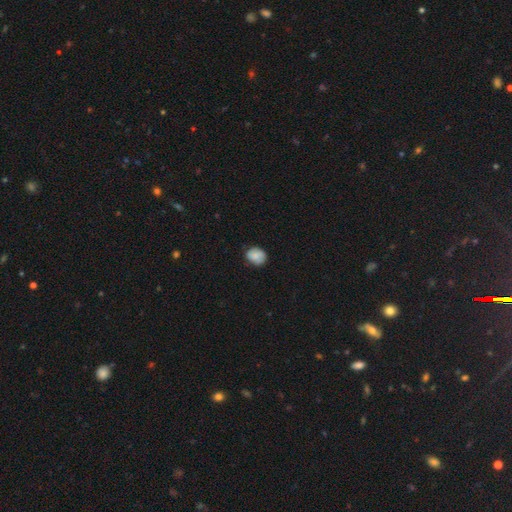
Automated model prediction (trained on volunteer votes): smooth 79%, featured or disk 13%, star or artifact 8%. Down the decision tree: how rounded — round (52%); merging — none (73%).